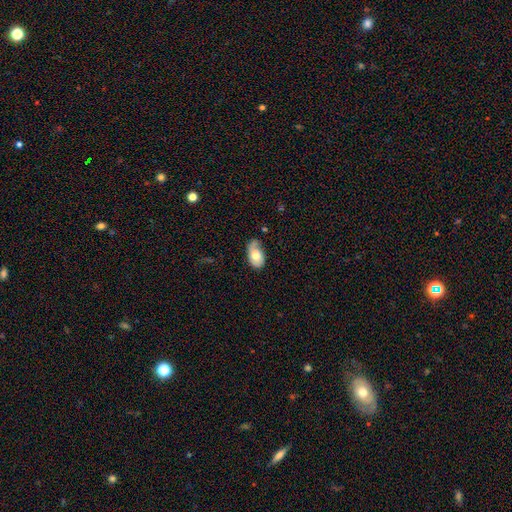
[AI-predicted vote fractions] Q: Smooth or featured?
A: smooth (54%); runner-up: featured or disk (40%)
Q: How rounded?
A: in between (91%); runner-up: round (7%)
Q: Merging?
A: none (46%); runner-up: minor disturbance (34%)